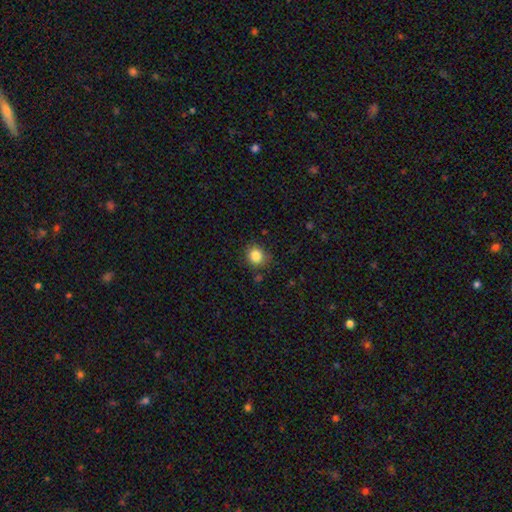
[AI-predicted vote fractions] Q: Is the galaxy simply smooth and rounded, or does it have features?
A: smooth — 84%.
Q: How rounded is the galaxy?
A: round — 81%.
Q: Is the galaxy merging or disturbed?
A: none — 82%.